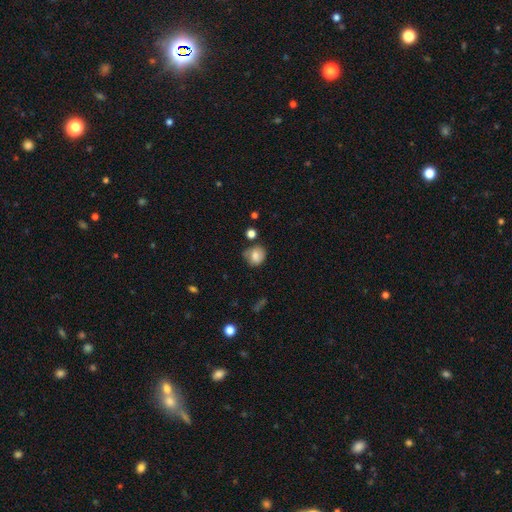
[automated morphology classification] A smooth galaxy with no disk features (75%) that is round (72%). Merging: none (59%).